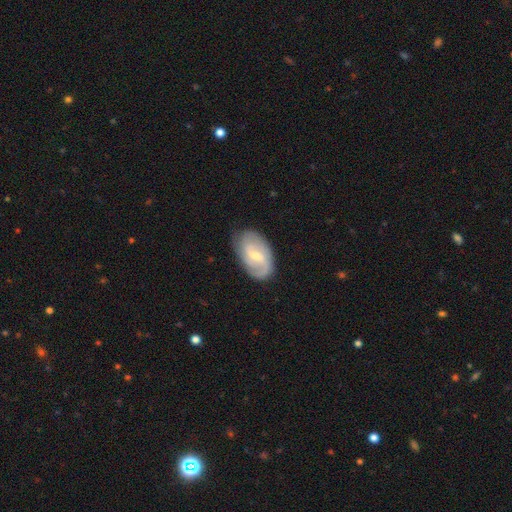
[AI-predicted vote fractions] A featured or disk galaxy (77%) with a weak bar (60%), 2 (70%) medium (44%) spiral arms (93%) and a small central bulge (59%). Merging: none (75%).